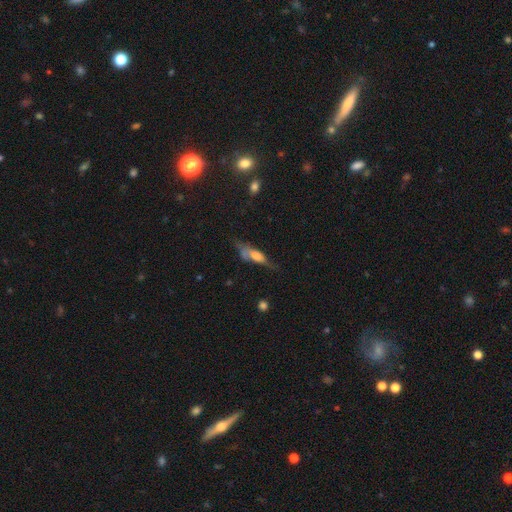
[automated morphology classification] Smooth or featured: smooth — 54% (featured or disk — 36%)
How rounded: in between — 53% (cigar-shaped — 43%)
Merging: none — 33% (minor disturbance — 30%)